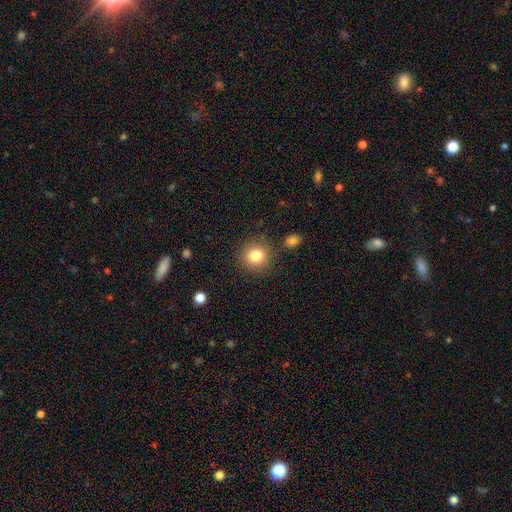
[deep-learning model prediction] smooth 82%, star or artifact 11%, featured or disk 7%. Down the decision tree: how rounded — round (89%); merging — none (85%).